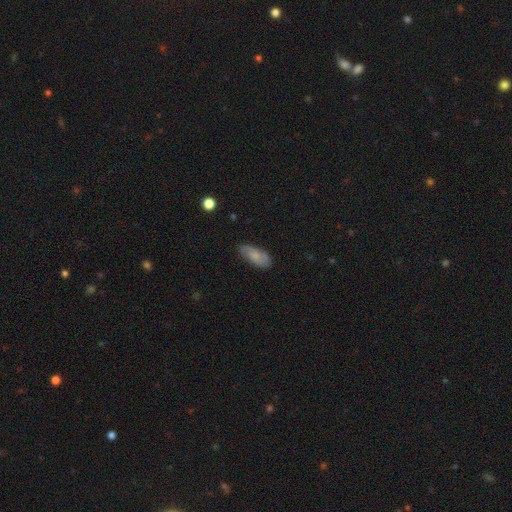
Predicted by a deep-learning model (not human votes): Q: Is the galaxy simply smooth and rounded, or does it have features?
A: smooth — 67%.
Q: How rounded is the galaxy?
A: in between — 86%.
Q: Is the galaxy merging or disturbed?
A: none — 75%.